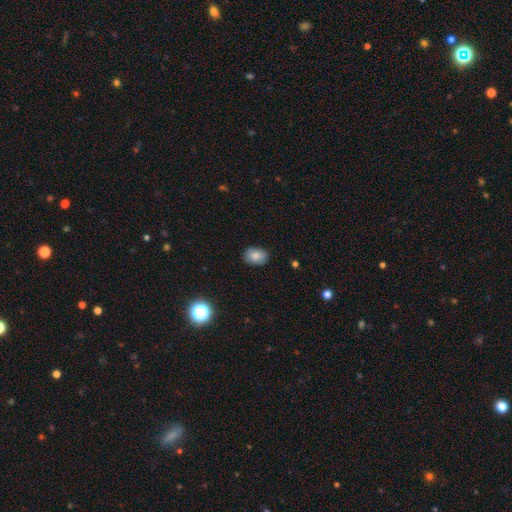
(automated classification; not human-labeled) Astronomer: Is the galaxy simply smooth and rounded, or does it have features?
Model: smooth — 84%.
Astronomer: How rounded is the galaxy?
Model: in between — 74%.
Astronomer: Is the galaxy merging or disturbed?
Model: none — 85%.